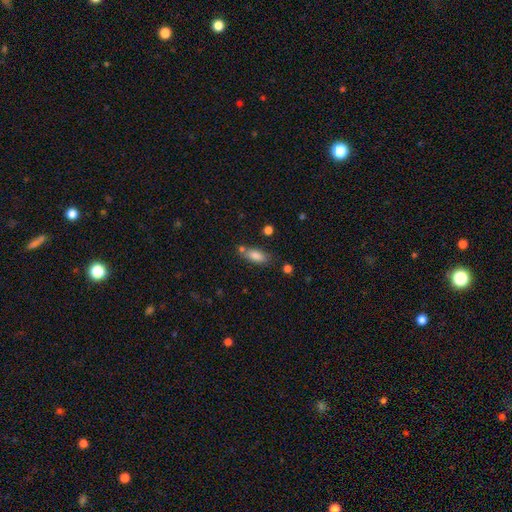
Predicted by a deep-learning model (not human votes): The model was most divided on "merging": none: 66%, minor disturbance: 16%, merger: 14%, major disturbance: 5%. More confident: smooth or featured — smooth (83%); how rounded — in between (77%).